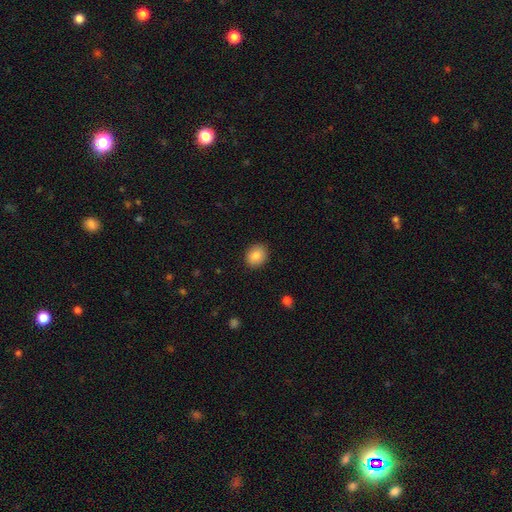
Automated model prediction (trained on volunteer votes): A smooth galaxy with no disk features (84%) that is round (60%). Merging: none (90%).